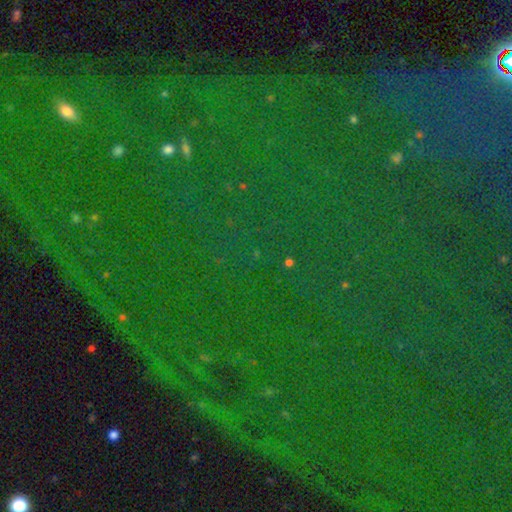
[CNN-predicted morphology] Smooth or featured? star or artifact (82%)